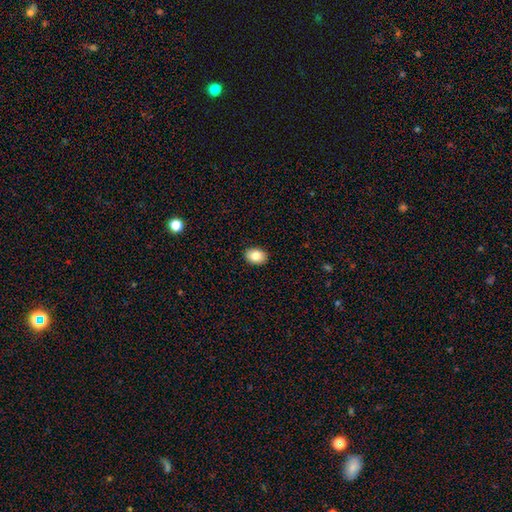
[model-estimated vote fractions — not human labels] This is clearly a smooth galaxy (84%). How rounded: likely in between (73%). Merging: clearly none (91%).